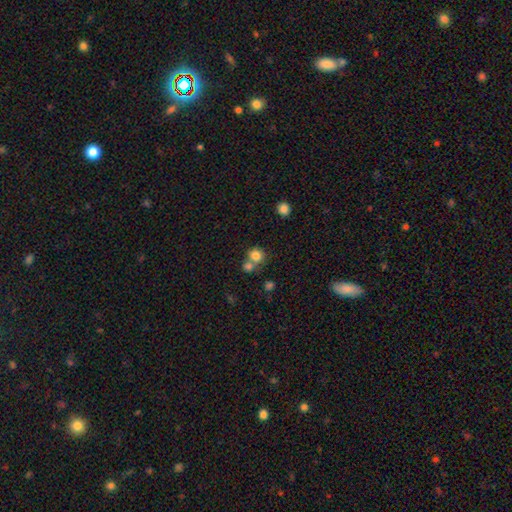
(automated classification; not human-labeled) Q: Smooth or featured?
A: smooth (79%); runner-up: star or artifact (12%)
Q: How rounded?
A: round (82%); runner-up: in between (17%)
Q: Merging?
A: none (48%); runner-up: merger (40%)